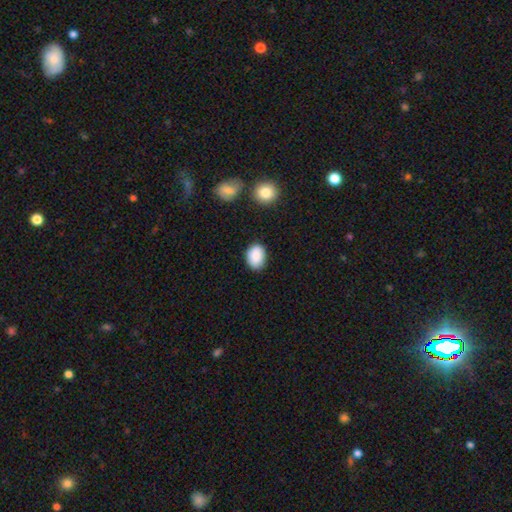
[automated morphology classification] Smooth or featured? smooth (89%)
How rounded? in between (74%)
Merging? none (82%)